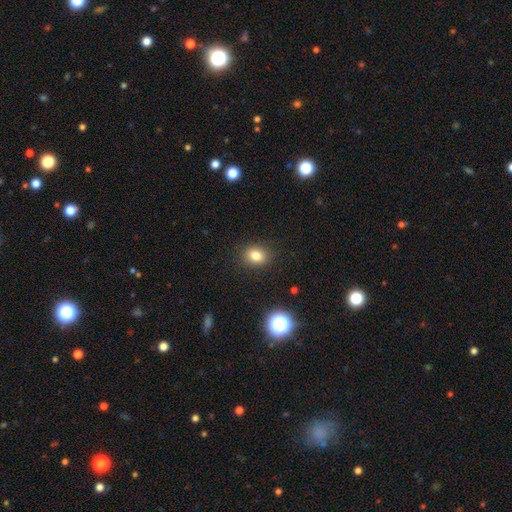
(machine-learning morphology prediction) A smooth galaxy with no disk features (80%) that is round (51%).

Vote fractions:
- Smooth or featured? smooth: 80% / star or artifact: 13% / featured or disk: 7%
- How rounded? round: 51% / in between: 48% / cigar-shaped: 1%
- Merging? none: 88% / minor disturbance: 8% / major disturbance: 3% / merger: 1%